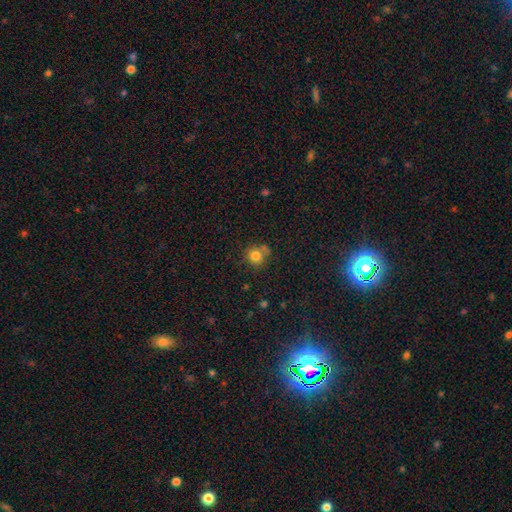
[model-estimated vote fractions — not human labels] Smooth or featured? Predicted: smooth (p=0.80). How rounded? Predicted: round (p=0.90). Merging? Predicted: none (p=0.65).